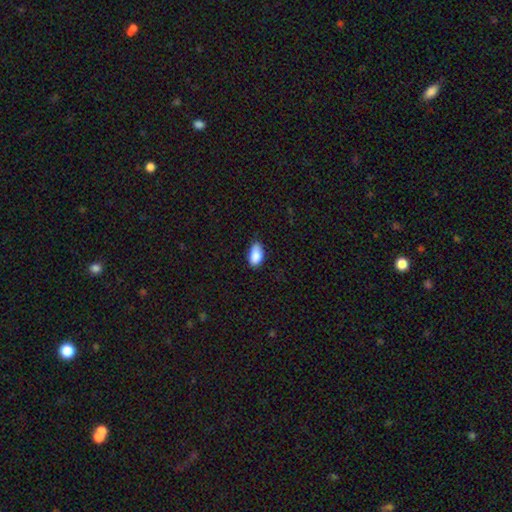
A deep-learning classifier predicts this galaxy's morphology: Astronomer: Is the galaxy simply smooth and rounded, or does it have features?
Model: smooth — 88%.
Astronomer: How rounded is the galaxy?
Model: in between — 94%.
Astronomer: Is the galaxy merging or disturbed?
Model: none — 73%.